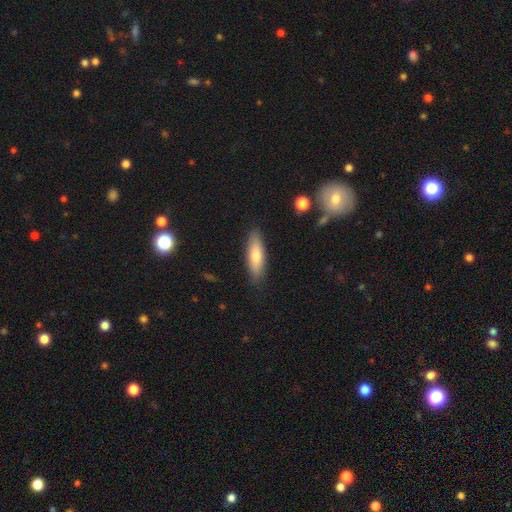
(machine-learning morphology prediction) This appears to be a smooth galaxy with no disk features (71%) that is cigar-shaped (57%). Merging: none (87%).